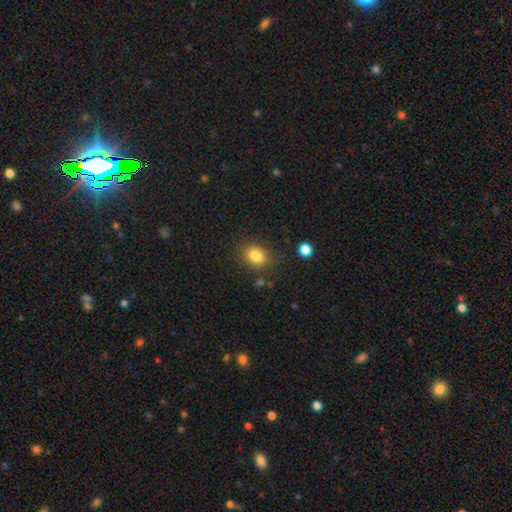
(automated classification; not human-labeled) The model was most divided on "how rounded": in between: 56%, round: 43%, cigar-shaped: 1%. More confident: smooth or featured — smooth (83%); merging — none (80%).